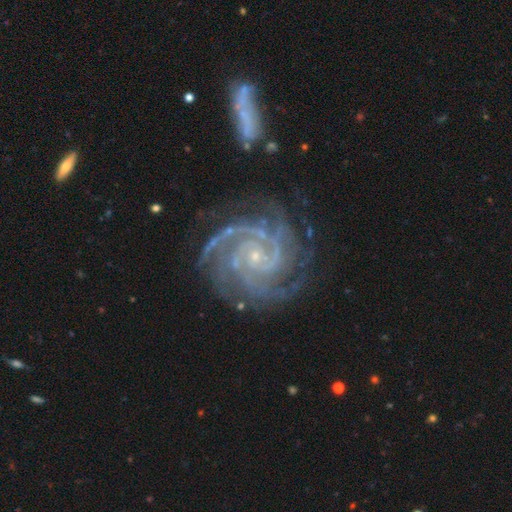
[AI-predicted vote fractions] featured or disk 93%, star or artifact 5%, smooth 2%. Down the decision tree: edge-on disk — no (98%); bar — no (69%); spiral arms — yes (99%); spiral arm count — 4 (27%); spiral winding — tight (77%); bulge size — small (86%); merging — none (71%).